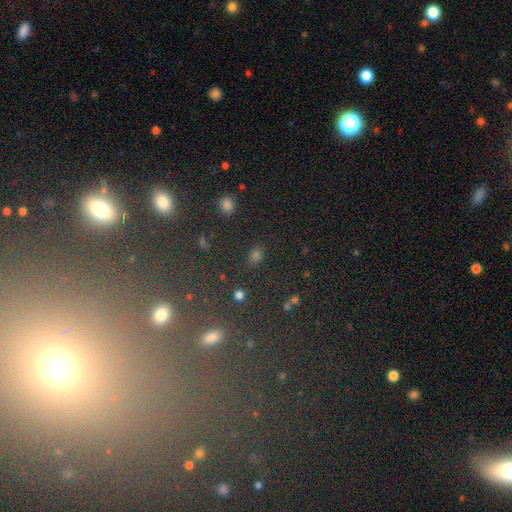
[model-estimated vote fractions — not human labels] This appears to be a smooth galaxy with no disk features (64%) that is in between round and cigar-shaped (60%). Merging: none (81%).